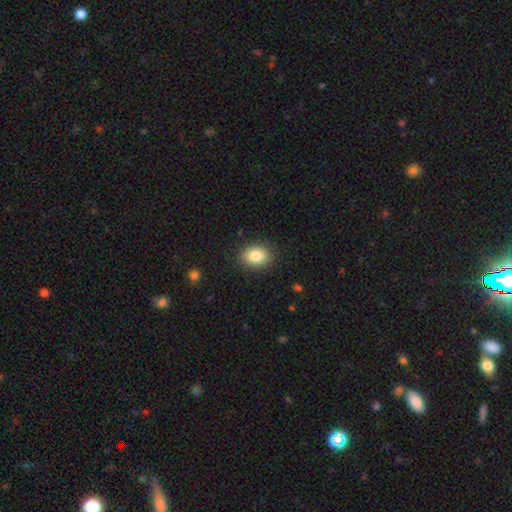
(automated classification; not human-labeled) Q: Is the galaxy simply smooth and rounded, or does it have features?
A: smooth — 85%.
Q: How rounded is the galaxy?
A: in between — 64%.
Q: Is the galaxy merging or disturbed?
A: none — 88%.